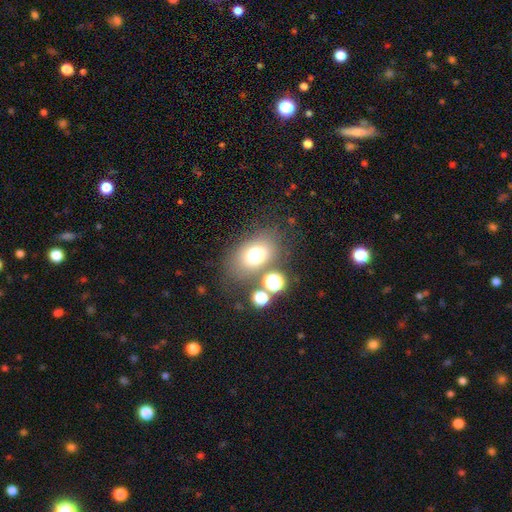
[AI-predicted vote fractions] A smooth galaxy with no disk features (73%) that is in between round and cigar-shaped (78%). Merging: none (68%).